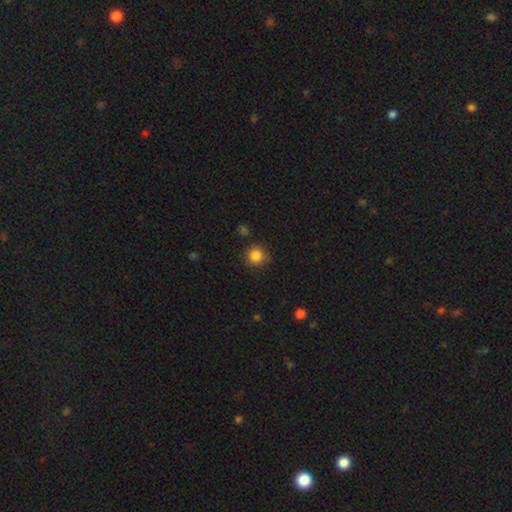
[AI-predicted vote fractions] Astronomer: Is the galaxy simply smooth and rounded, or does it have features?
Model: smooth — 85%.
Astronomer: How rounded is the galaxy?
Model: round — 93%.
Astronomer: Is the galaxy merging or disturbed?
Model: none — 85%.